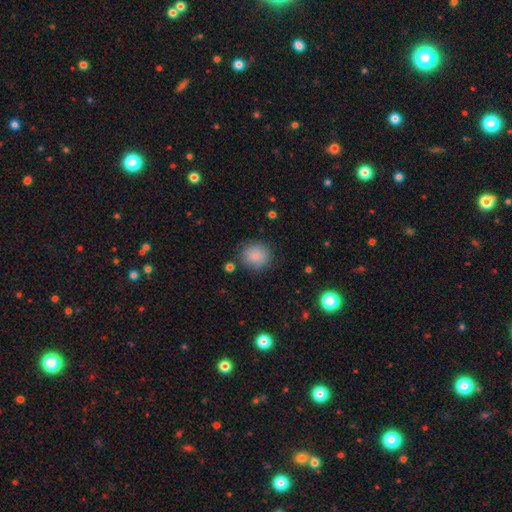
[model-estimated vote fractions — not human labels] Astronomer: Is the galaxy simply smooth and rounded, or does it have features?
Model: smooth — 86%.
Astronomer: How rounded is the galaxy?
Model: round — 87%.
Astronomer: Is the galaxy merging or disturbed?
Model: none — 82%.